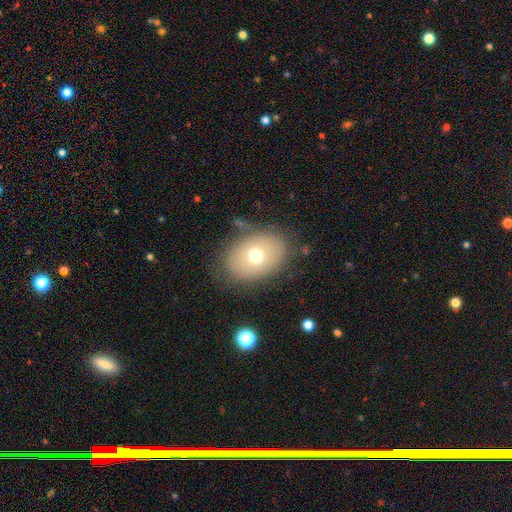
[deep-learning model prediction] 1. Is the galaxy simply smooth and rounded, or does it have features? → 68% smooth, 21% featured or disk, 11% star or artifact.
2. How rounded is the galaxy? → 69% in between, 30% round, 1% cigar-shaped.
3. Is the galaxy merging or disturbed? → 75% none, 15% minor disturbance, 8% major disturbance, 2% merger.